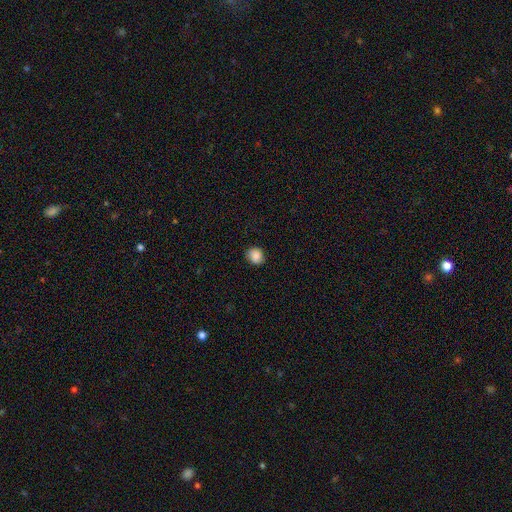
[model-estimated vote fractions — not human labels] Smooth or featured: smooth — 86% (star or artifact — 9%)
How rounded: round — 82% (in between — 17%)
Merging: none — 87% (minor disturbance — 10%)